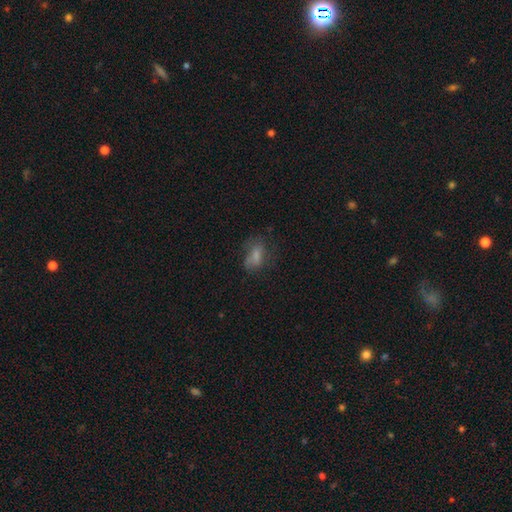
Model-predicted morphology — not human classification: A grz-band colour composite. It shows a smooth galaxy with no disk features (64%) that is in between round and cigar-shaped (84%). Merging: none (46%).